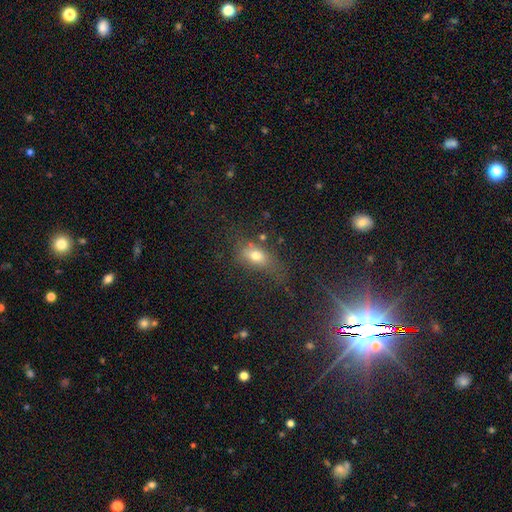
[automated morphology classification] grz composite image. It shows a smooth galaxy with no disk features (71%) that is in between round and cigar-shaped (75%). Merging: none (48%).